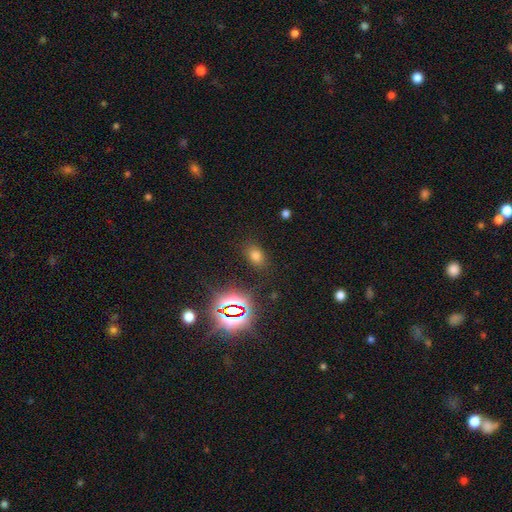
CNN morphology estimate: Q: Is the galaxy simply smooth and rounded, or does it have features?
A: smooth — 68%.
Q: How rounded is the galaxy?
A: in between — 76%.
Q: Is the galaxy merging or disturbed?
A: none — 82%.